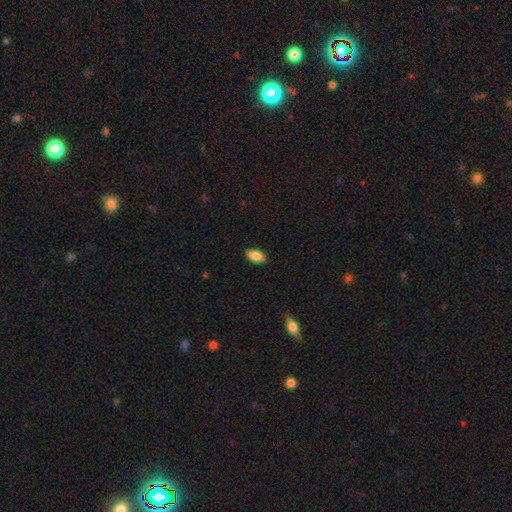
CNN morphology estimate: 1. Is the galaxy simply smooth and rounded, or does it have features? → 86% smooth, 7% featured or disk, 7% star or artifact.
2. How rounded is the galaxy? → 90% in between, 8% cigar-shaped, 3% round.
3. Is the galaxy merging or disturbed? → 88% none, 9% minor disturbance, 2% major disturbance, 1% merger.